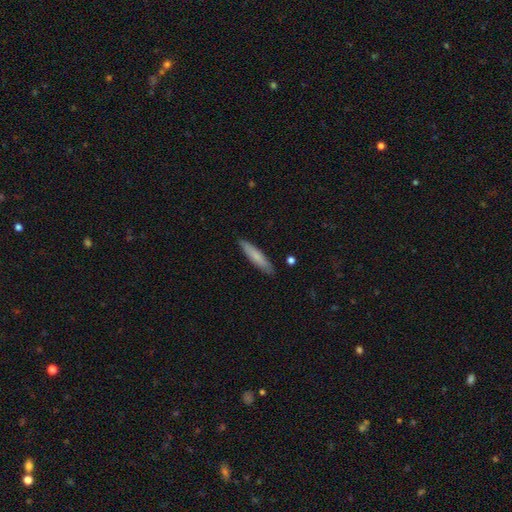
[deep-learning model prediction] smooth_or_featured: smooth (p=0.76) [alt: featured or disk p=0.19]
how_rounded: cigar-shaped (p=0.86) [alt: in between p=0.12]
merging: none (p=0.89) [alt: minor disturbance p=0.08]